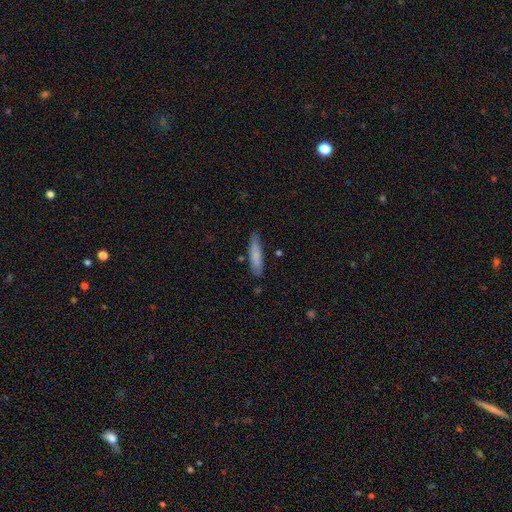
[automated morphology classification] Smooth or featured?
  - smooth: 80% *
  - featured or disk: 15%
  - star or artifact: 6%
How rounded?
  - cigar-shaped: 81% *
  - in between: 17%
  - round: 1%
Merging?
  - none: 83% *
  - minor disturbance: 12%
  - merger: 3%
  - major disturbance: 2%